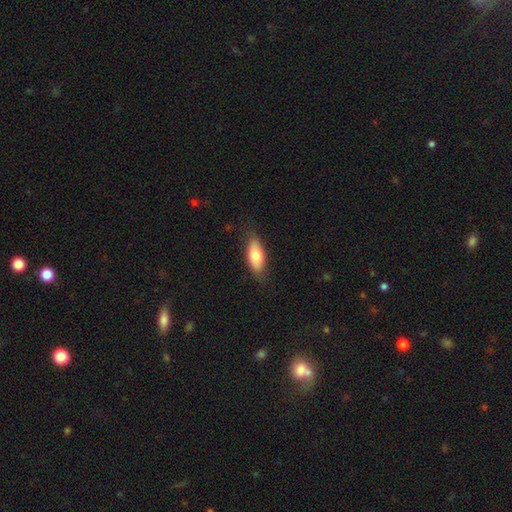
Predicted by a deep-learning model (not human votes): smooth-or-featured: smooth: 76% | featured or disk: 18% | star or artifact: 6%
  how-rounded: in between: 80% | cigar-shaped: 17% | round: 3%
  merging: none: 81% | minor disturbance: 15% | major disturbance: 3% | merger: 1%